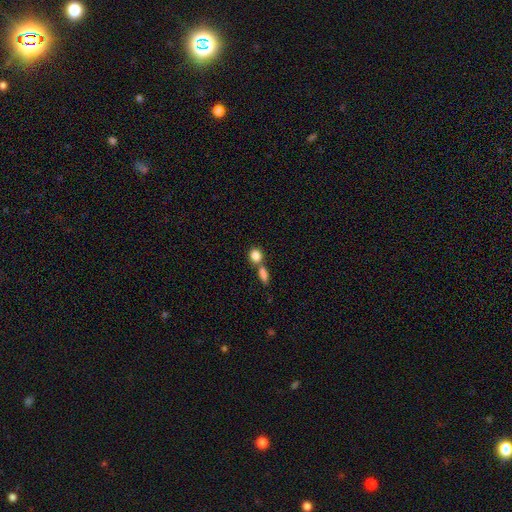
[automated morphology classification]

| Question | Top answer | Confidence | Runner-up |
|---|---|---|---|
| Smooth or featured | smooth | 84% | star or artifact (9%) |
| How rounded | round | 64% | in between (33%) |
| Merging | none | 46% | merger (42%) |